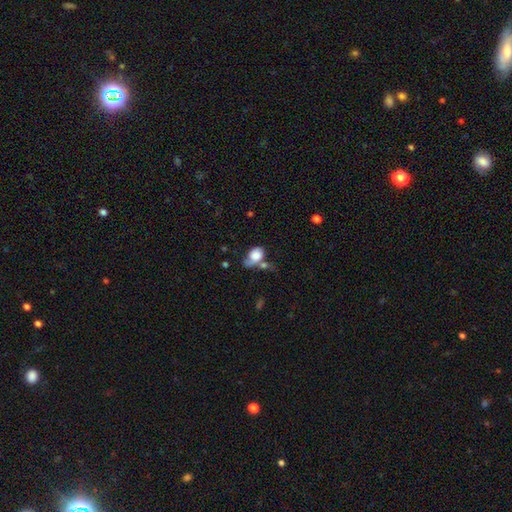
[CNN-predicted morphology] Smooth or featured: smooth — 75% (featured or disk — 17%)
How rounded: in between — 75% (round — 23%)
Merging: merger — 26% (tied with none — 26%)